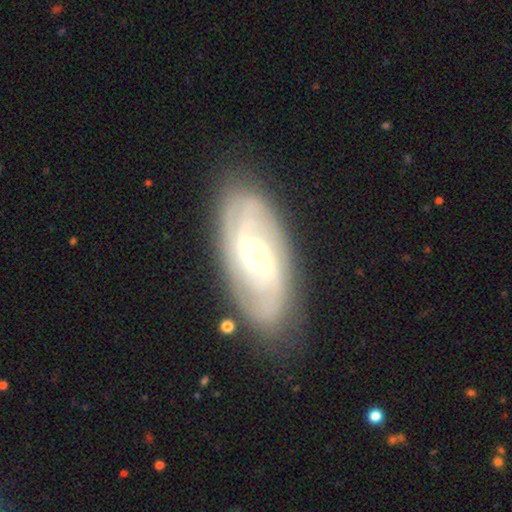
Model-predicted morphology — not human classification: The model was most divided on "spiral winding": tight: 47%, medium: 39%, loose: 14%. Remaining: spiral arms — yes (94%); edge-on disk — no (93%); smooth or featured — featured or disk (84%); merging — none (83%); bulge size — moderate (59%); spiral arm count — 2 (46%); bar — weak (46%).